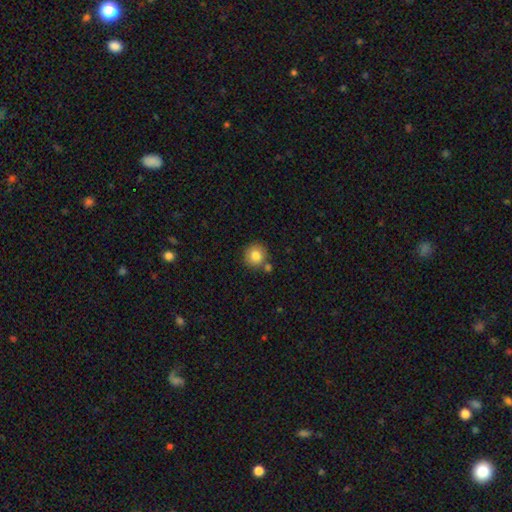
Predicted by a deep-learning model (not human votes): smooth 81%, featured or disk 9%, star or artifact 9%. Down the decision tree: how rounded — round (92%); merging — none (74%).